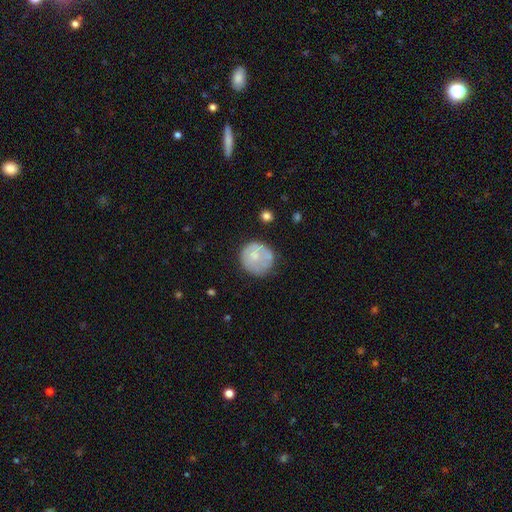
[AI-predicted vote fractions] Morphology: type=smooth (61%); roundness=round (91%); merging=none (63%).